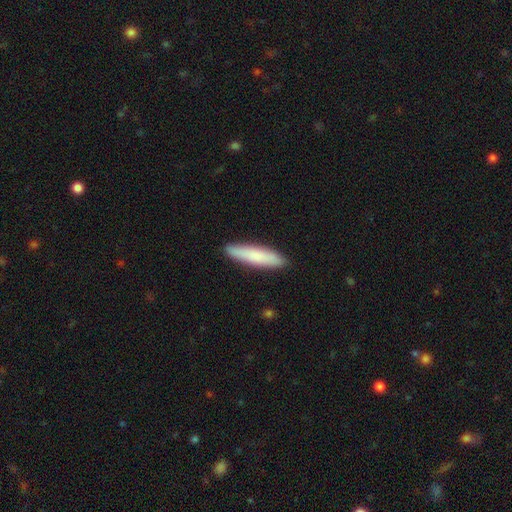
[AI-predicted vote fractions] The model was most divided on "smooth or featured": smooth: 80%, featured or disk: 15%, star or artifact: 5%. More confident: merging — none (90%); how rounded — cigar-shaped (85%).